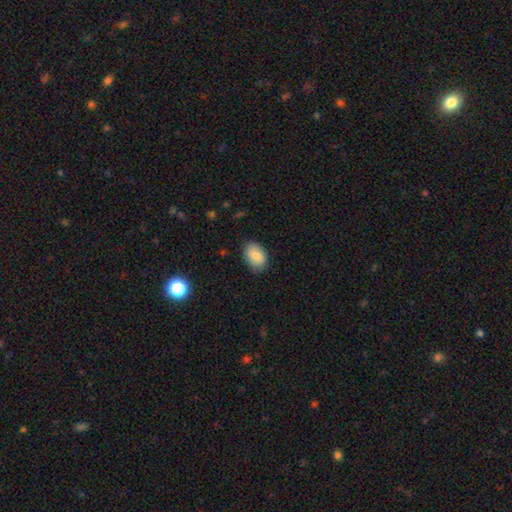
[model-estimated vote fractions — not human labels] Morphology: type=smooth (83%); roundness=in between (82%); merging=none (80%).